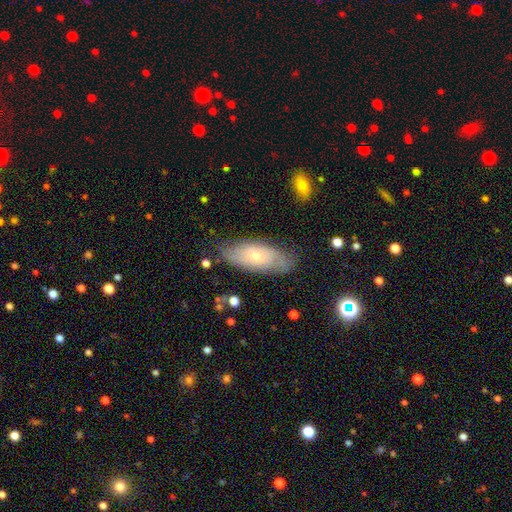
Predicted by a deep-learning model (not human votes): Smooth or featured? featured or disk (56%)
Edge-on disk? no (83%)
Merging? none (72%)